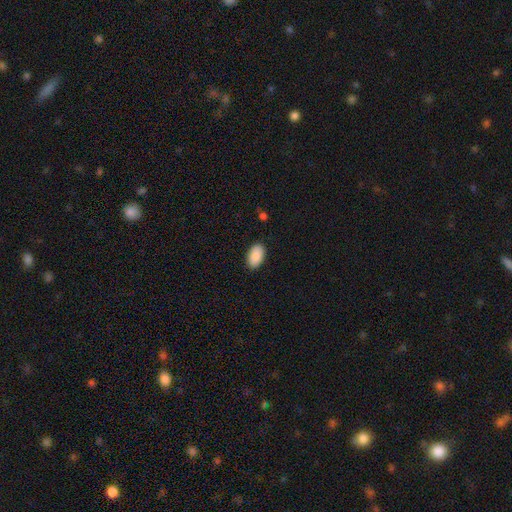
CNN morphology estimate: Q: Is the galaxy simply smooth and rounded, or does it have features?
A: smooth — 90%.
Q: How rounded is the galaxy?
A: in between — 95%.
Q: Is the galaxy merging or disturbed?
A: none — 89%.